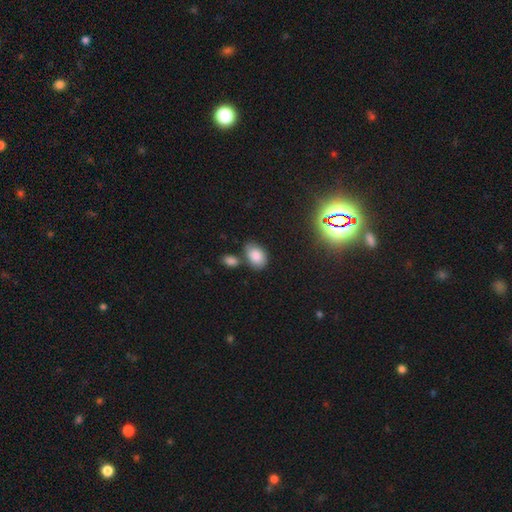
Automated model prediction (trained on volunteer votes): This appears to be a smooth galaxy with no disk features (82%) that is in between round and cigar-shaped (87%). Merging: none (65%).